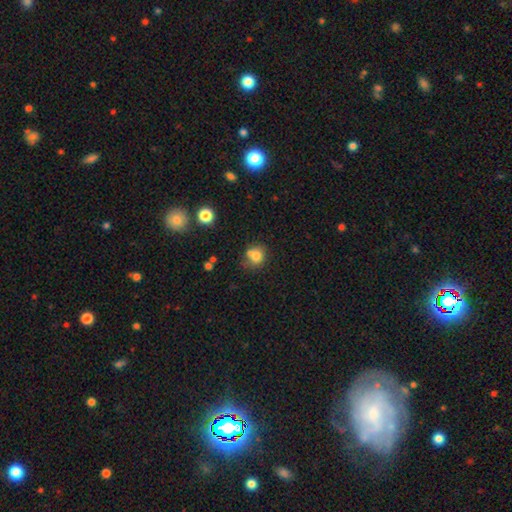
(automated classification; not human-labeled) smooth-or-featured: smooth: 76% | star or artifact: 12% | featured or disk: 11%
  how-rounded: round: 77% | in between: 22% | cigar-shaped: 1%
  merging: none: 53% | merger: 29% | minor disturbance: 14% | major disturbance: 5%